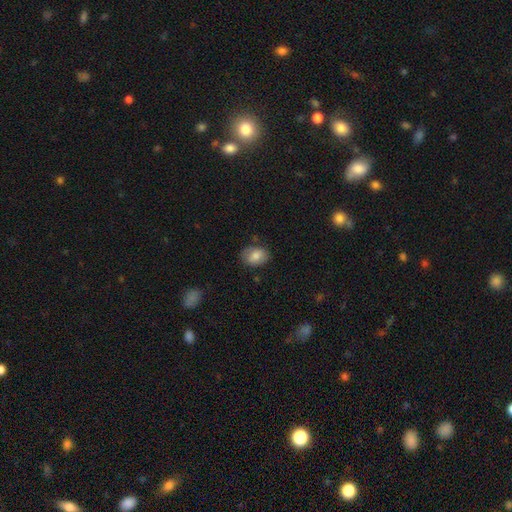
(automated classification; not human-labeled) This appears to be a smooth galaxy with no disk features (80%) that is in between round and cigar-shaped (76%). Merging: none (75%).